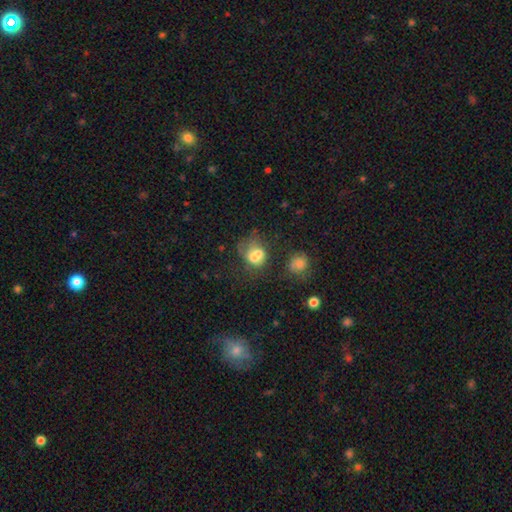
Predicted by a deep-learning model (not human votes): smooth 61%, featured or disk 26%, star or artifact 13%. Down the decision tree: how rounded — round (53%); merging — merger (50%).